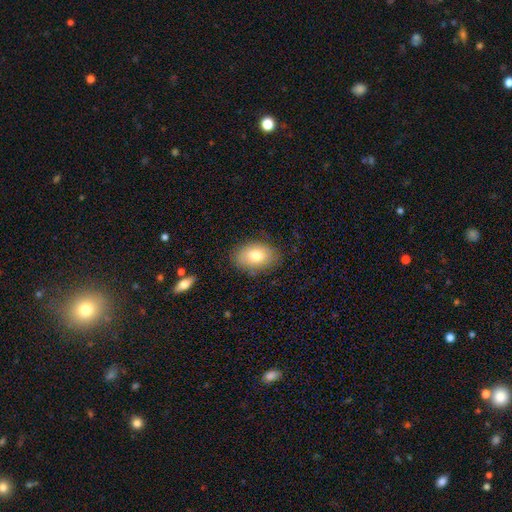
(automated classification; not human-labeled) Q: Smooth or featured?
A: smooth (78%); runner-up: featured or disk (14%)
Q: How rounded?
A: in between (84%); runner-up: round (15%)
Q: Merging?
A: none (81%); runner-up: minor disturbance (15%)